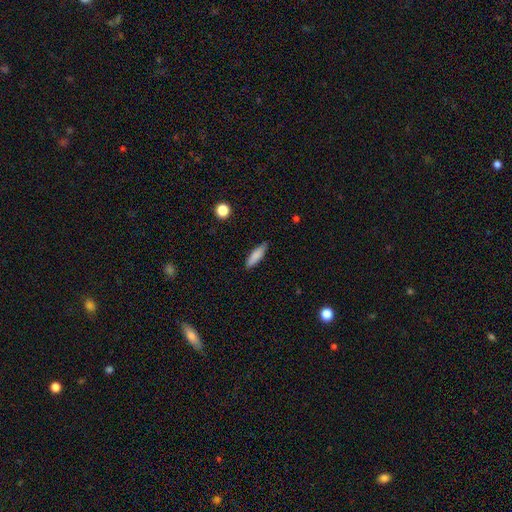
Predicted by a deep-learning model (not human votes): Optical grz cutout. It shows a smooth galaxy with no disk features (84%) that is cigar-shaped (63%). Merging: none (85%).